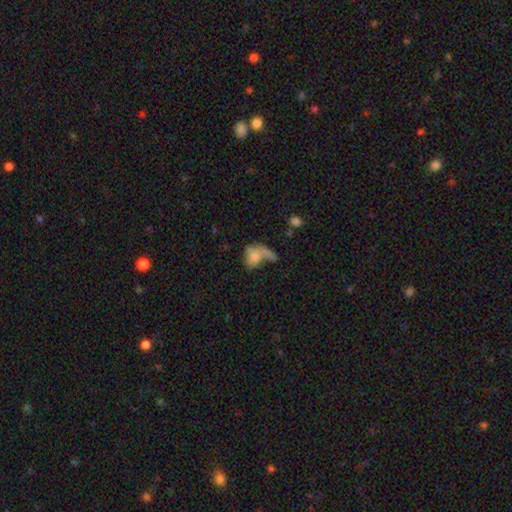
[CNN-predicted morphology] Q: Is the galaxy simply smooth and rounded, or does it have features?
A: smooth — 70%.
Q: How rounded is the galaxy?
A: in between — 60%.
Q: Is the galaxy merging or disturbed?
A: merger — 35%.